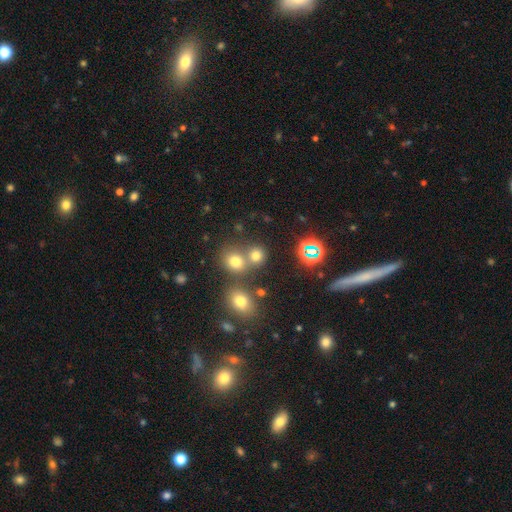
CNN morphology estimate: A smooth galaxy with no disk features (68%) that is round (81%). Merging: none (57%).